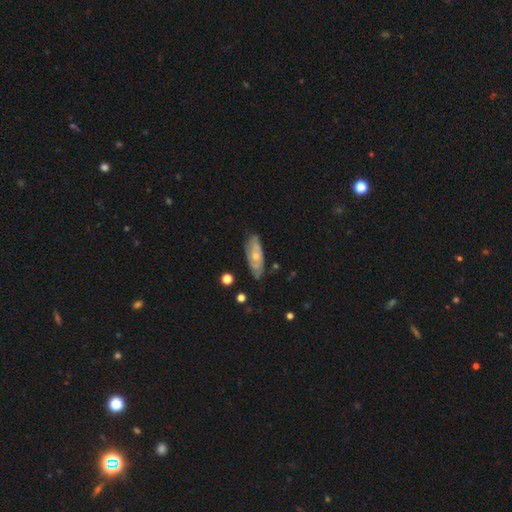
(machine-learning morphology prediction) Smooth or featured? featured or disk (63%)
Edge-on disk? no (84%)
Bar? no (76%)
Spiral arms? yes (76%)
Bulge size? small (49%)
Merging? none (71%)